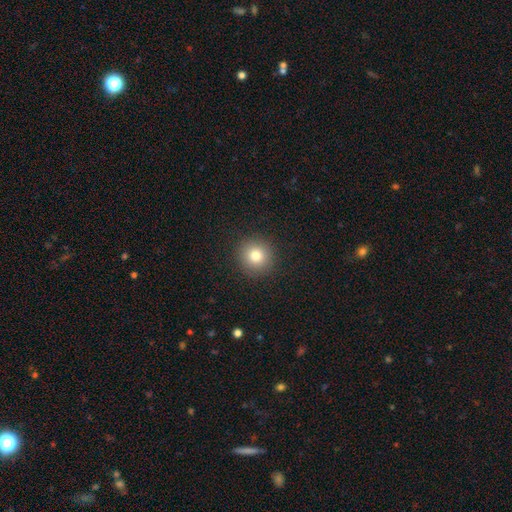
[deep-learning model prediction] Smooth or featured: smooth — 81% (star or artifact — 11%)
How rounded: round — 93% (in between — 6%)
Merging: none — 91% (minor disturbance — 6%)